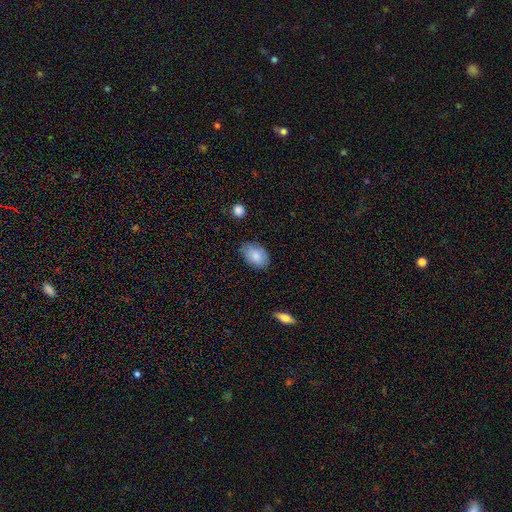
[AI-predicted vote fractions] Smooth or featured? Predicted: smooth (p=0.85). How rounded? Predicted: in between (p=0.86). Merging? Predicted: none (p=0.73).